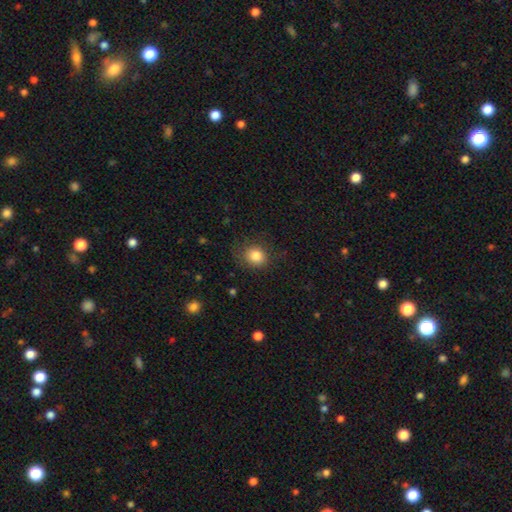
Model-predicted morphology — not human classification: Overall: smooth (83%). How rounded: round (72%). Merging: none (74%).